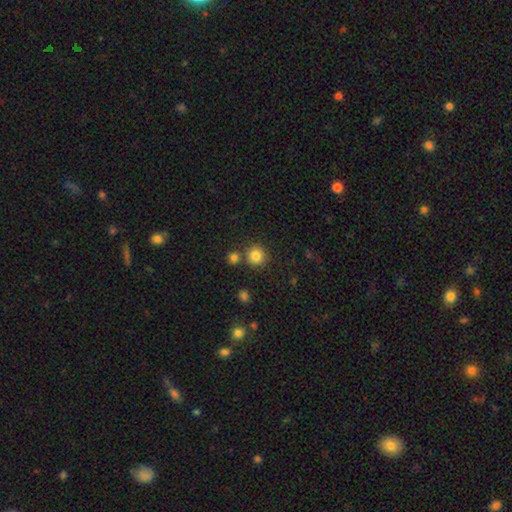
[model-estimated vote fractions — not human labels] A smooth galaxy with no disk features (84%) that is round (92%). Merging: none (78%).